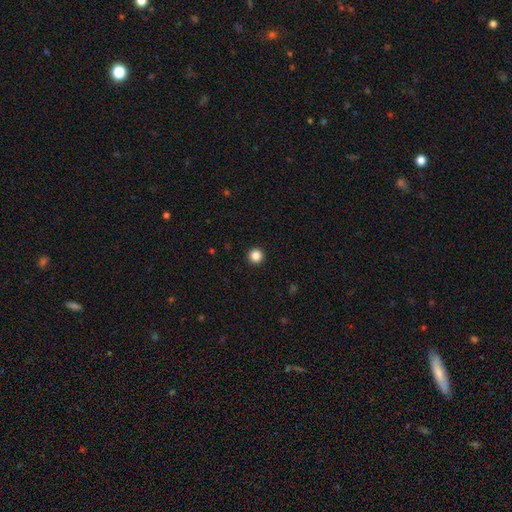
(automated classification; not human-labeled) Overall: smooth (86%). How rounded: round (97%). Merging: none (94%).